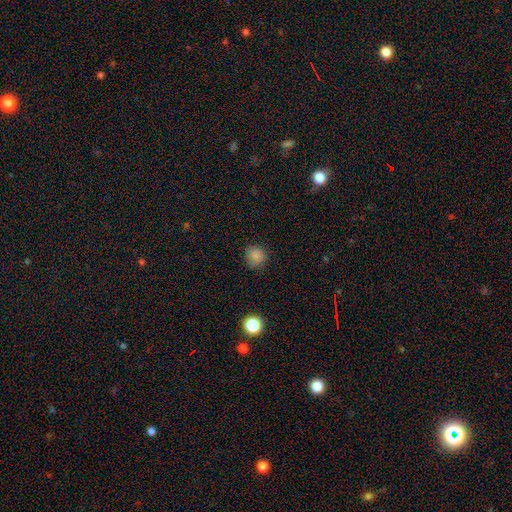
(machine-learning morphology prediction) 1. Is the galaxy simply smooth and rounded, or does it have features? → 83% smooth, 13% star or artifact, 4% featured or disk.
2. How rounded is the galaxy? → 88% round, 11% in between, 1% cigar-shaped.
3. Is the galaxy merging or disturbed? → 84% none, 12% minor disturbance, 3% major disturbance, 1% merger.